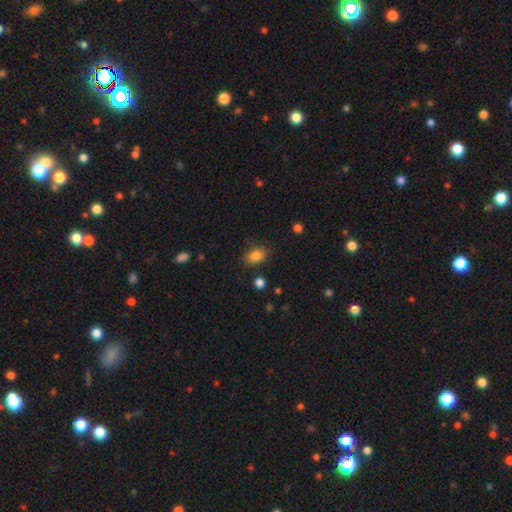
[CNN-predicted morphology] This appears to be a smooth galaxy with no disk features (83%) that is in between round and cigar-shaped (73%). Merging: none (78%).